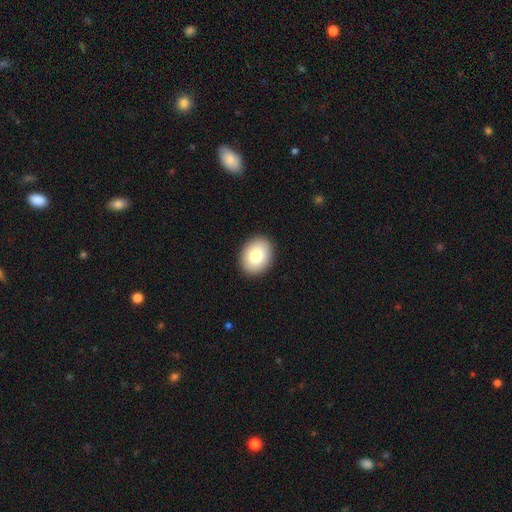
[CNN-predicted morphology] smooth_or_featured: smooth (p=0.84) [alt: featured or disk p=0.09]
how_rounded: in between (p=0.63) [alt: round p=0.36]
merging: none (p=0.91) [alt: minor disturbance p=0.07]